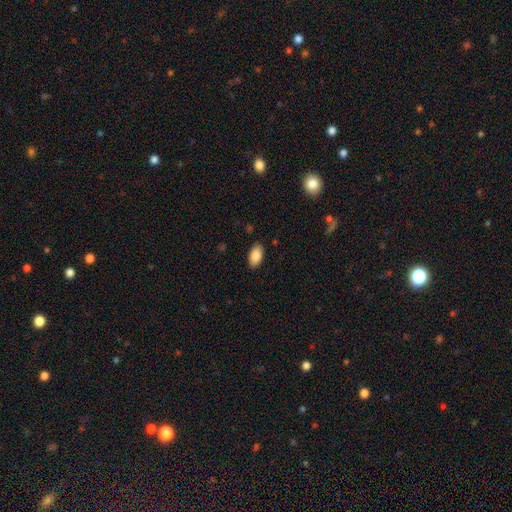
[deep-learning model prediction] Q: Smooth or featured?
A: smooth (87%); runner-up: star or artifact (7%)
Q: How rounded?
A: in between (94%); runner-up: round (3%)
Q: Merging?
A: none (88%); runner-up: minor disturbance (9%)